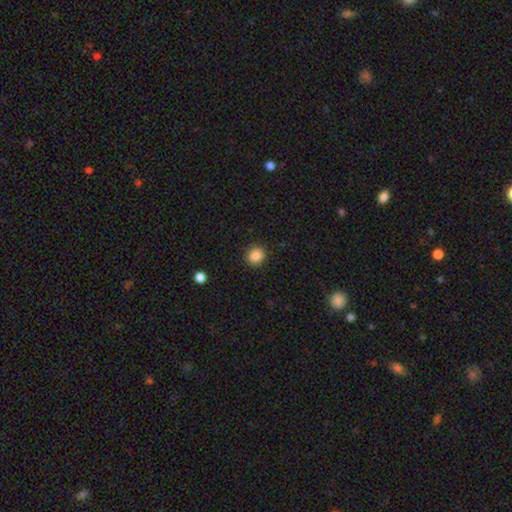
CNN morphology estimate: Smooth or featured: smooth — 86% (star or artifact — 10%)
How rounded: round — 86% (in between — 13%)
Merging: none — 91% (minor disturbance — 6%)